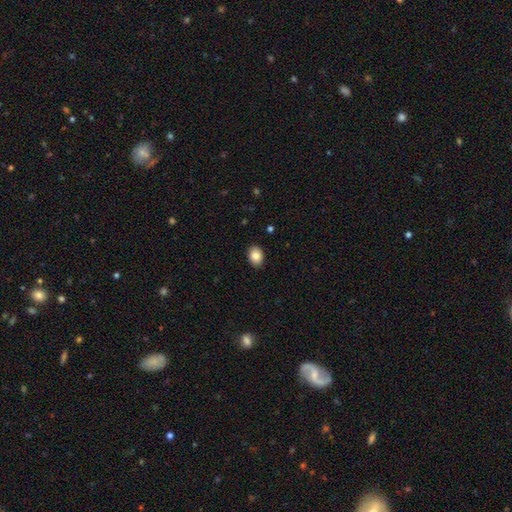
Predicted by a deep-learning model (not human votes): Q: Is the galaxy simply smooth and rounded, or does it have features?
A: smooth — 86%.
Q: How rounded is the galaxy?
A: in between — 74%.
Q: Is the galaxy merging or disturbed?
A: none — 90%.